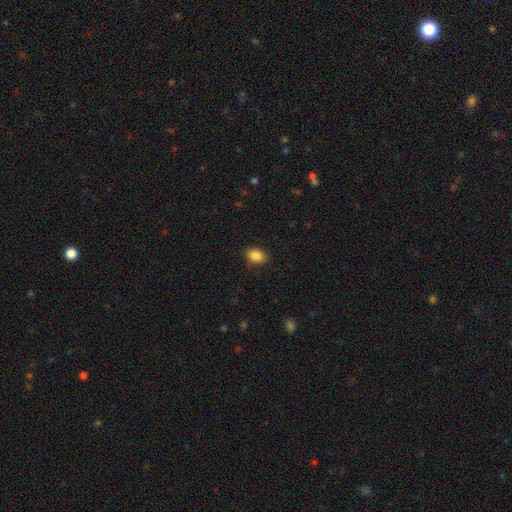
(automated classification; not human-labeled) Smooth or featured? smooth (86%)
How rounded? in between (72%)
Merging? none (87%)